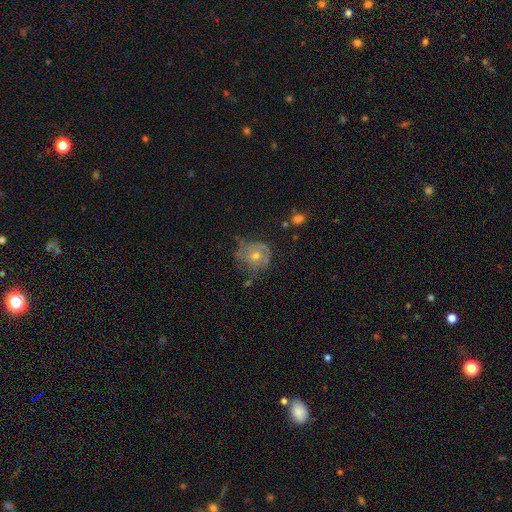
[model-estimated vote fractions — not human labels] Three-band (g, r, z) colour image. It shows a featured or disk galaxy (59%) with no bar (85%), spiral arms (65%) and a moderate central bulge (59%). Merging: none (56%).